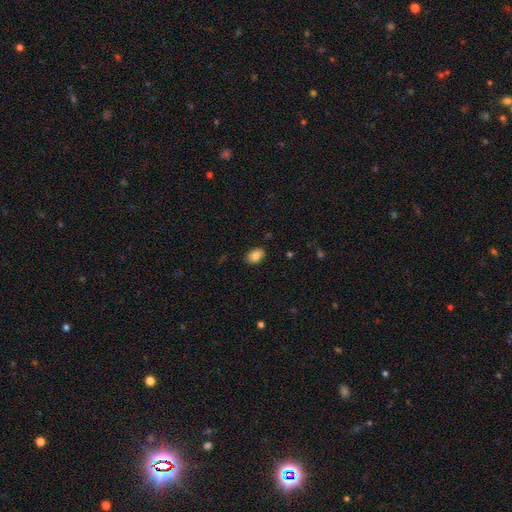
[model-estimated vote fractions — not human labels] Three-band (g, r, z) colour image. It shows a smooth galaxy with no disk features (84%) that is in between round and cigar-shaped (84%). Merging: none (86%).